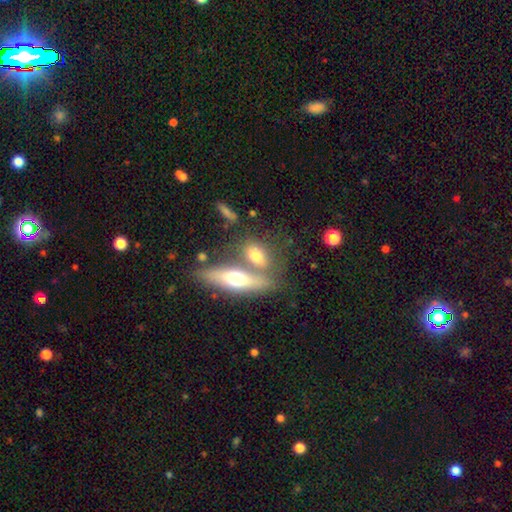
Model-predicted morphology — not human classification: A smooth galaxy with no disk features (63%) that is in between round and cigar-shaped (66%).

Vote fractions:
- Smooth or featured? smooth: 63% / featured or disk: 28% / star or artifact: 9%
- How rounded? in between: 66% / cigar-shaped: 18% / round: 15%
- Merging? none: 44% / merger: 39% / minor disturbance: 11% / major disturbance: 5%